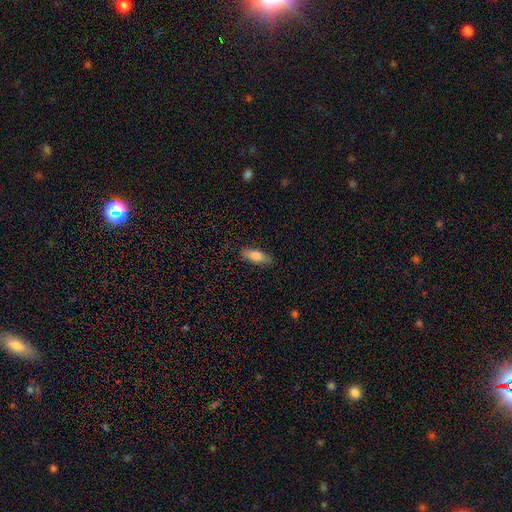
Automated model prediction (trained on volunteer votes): Smooth or featured?
  - smooth: 81% *
  - featured or disk: 12%
  - star or artifact: 7%
How rounded?
  - in between: 69% *
  - cigar-shaped: 29%
  - round: 2%
Merging?
  - none: 86% *
  - minor disturbance: 11%
  - major disturbance: 2%
  - merger: 1%